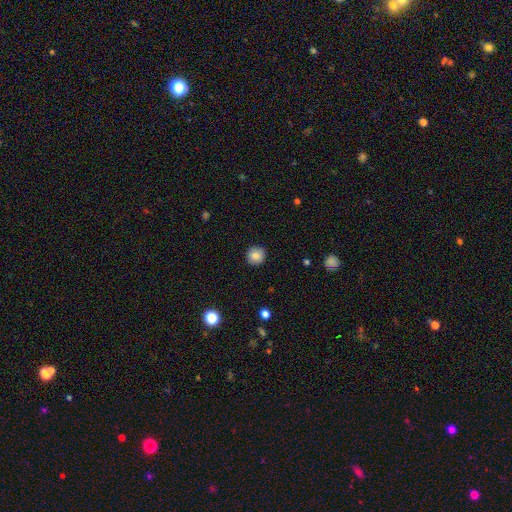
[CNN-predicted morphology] Smooth or featured? Predicted: smooth (p=0.84). How rounded? Predicted: round (p=0.92). Merging? Predicted: none (p=0.91).